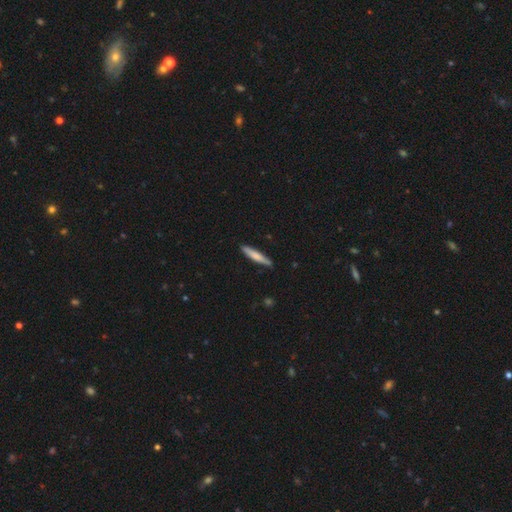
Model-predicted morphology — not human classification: Smooth or featured?
  - smooth: 70% *
  - featured or disk: 25%
  - star or artifact: 5%
How rounded?
  - cigar-shaped: 91% *
  - in between: 8%
  - round: 1%
Merging?
  - none: 87% *
  - minor disturbance: 10%
  - major disturbance: 2%
  - merger: 1%